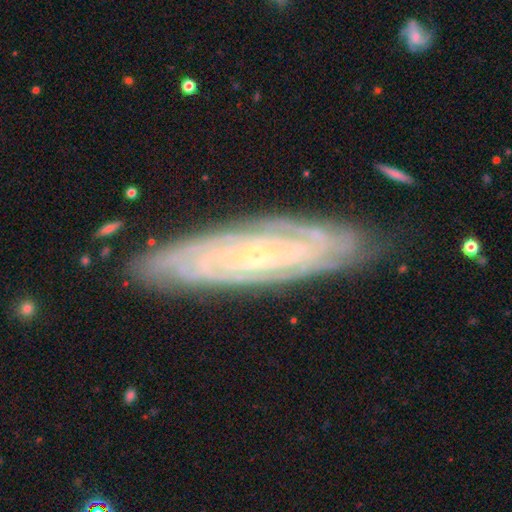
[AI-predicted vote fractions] featured or disk 83%, smooth 11%, star or artifact 6%. Down the decision tree: edge-on disk — no (77%); bar — no (71%); spiral arms — yes (94%); spiral arm count — can't tell (54%); spiral winding — tight (83%); bulge size — small (84%); merging — none (84%).